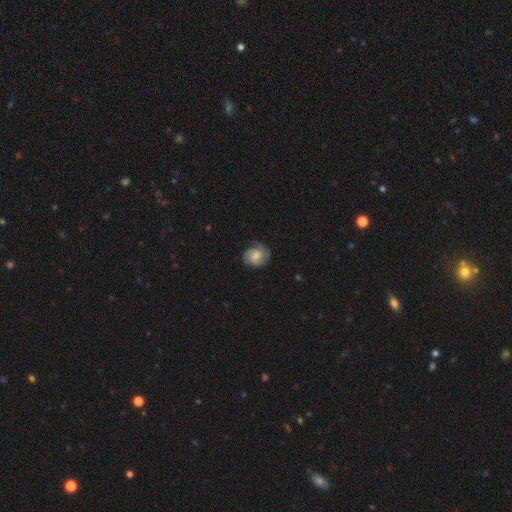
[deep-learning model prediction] Overall: featured or disk (50%; smooth 42%). Edge-on disk: no (97%). Merging: none (72%).